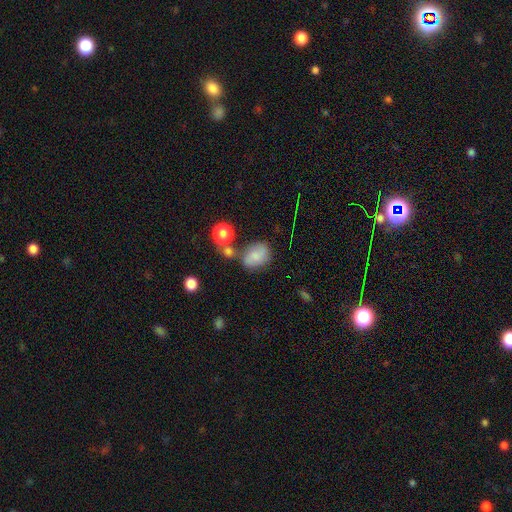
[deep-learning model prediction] Smooth or featured? Predicted: smooth (p=0.74). How rounded? Predicted: in between (p=0.68). Merging? Predicted: none (p=0.53).